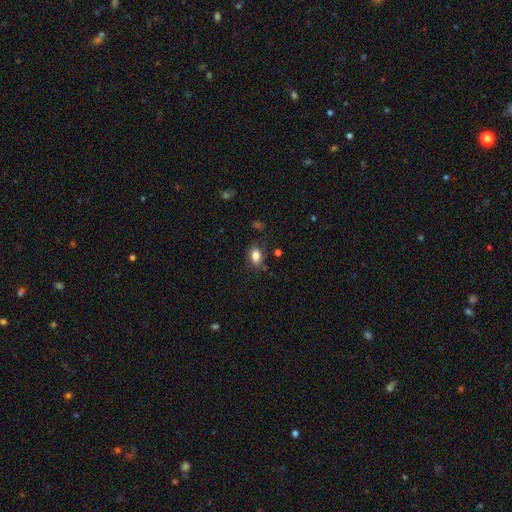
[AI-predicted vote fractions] Morphology: type=smooth (83%); roundness=in between (80%); merging=none (81%).